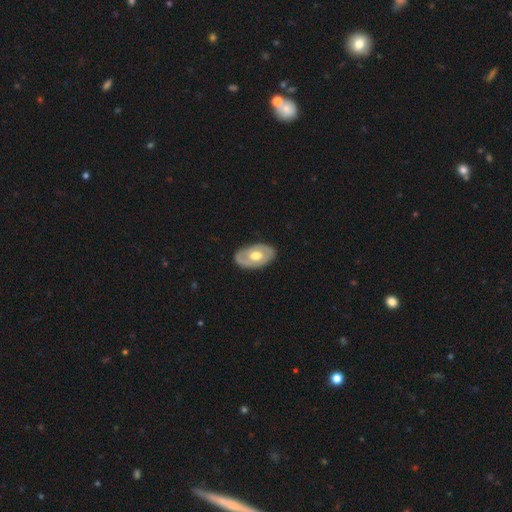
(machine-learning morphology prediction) The model was most divided on "smooth or featured": featured or disk: 60%, smooth: 35%, star or artifact: 4%. More confident: edge-on disk — no (90%); merging — none (83%); bar — no (75%); bulge size — moderate (70%); spiral arms — no (65%).